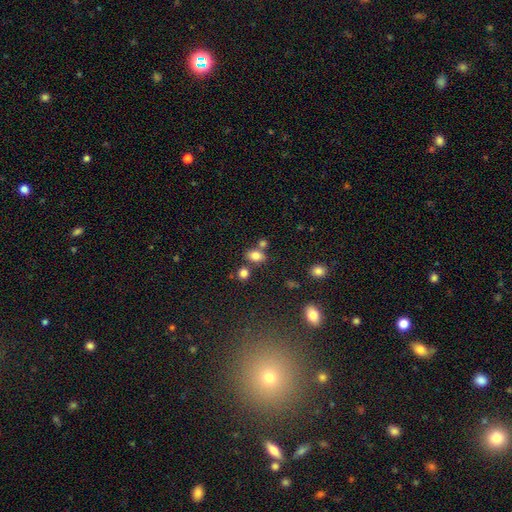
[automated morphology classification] A smooth galaxy with no disk features (80%) that is in between round and cigar-shaped (70%).

Vote fractions:
- Smooth or featured? smooth: 80% / star or artifact: 12% / featured or disk: 8%
- How rounded? in between: 70% / round: 28% / cigar-shaped: 2%
- Merging? none: 61% / merger: 23% / minor disturbance: 12% / major disturbance: 4%